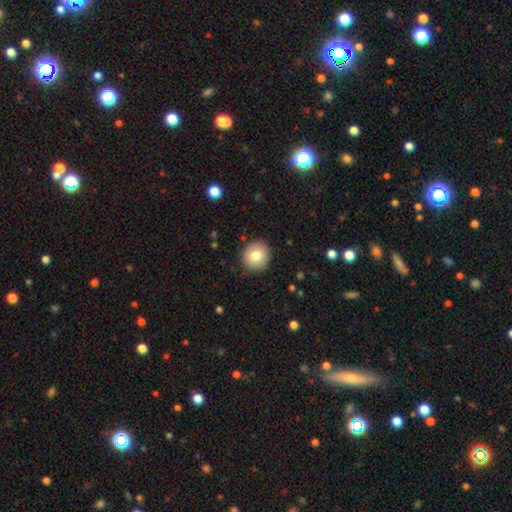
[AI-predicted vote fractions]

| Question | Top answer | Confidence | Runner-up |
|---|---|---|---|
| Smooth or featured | smooth | 80% | featured or disk (12%) |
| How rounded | round | 91% | in between (8%) |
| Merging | none | 90% | minor disturbance (7%) |